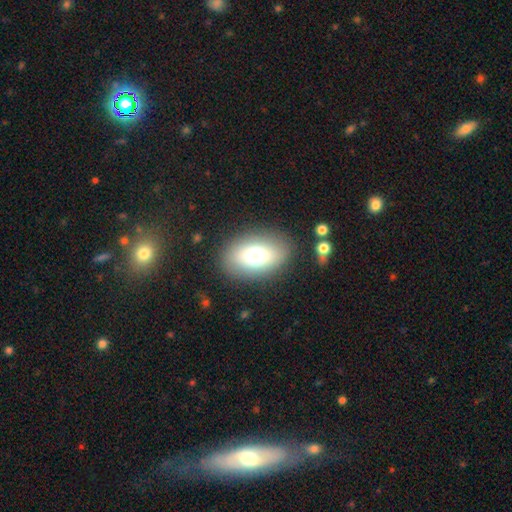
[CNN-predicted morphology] The model was most divided on "smooth or featured": smooth: 68%, featured or disk: 20%, star or artifact: 12%. More confident: merging — none (84%); how rounded — in between (79%).